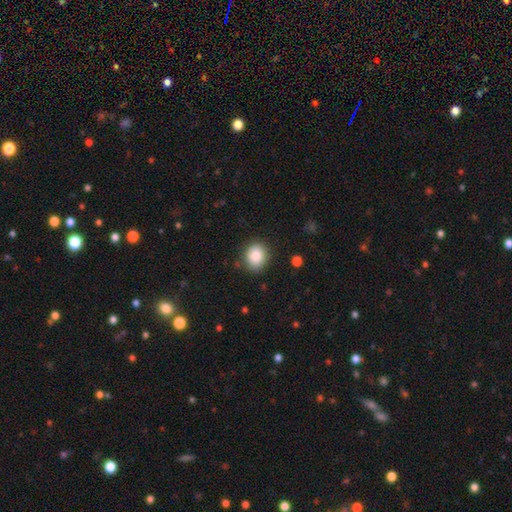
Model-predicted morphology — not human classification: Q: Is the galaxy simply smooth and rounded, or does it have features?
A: smooth — 86%.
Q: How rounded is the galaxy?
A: round — 63%.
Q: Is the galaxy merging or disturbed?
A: none — 84%.